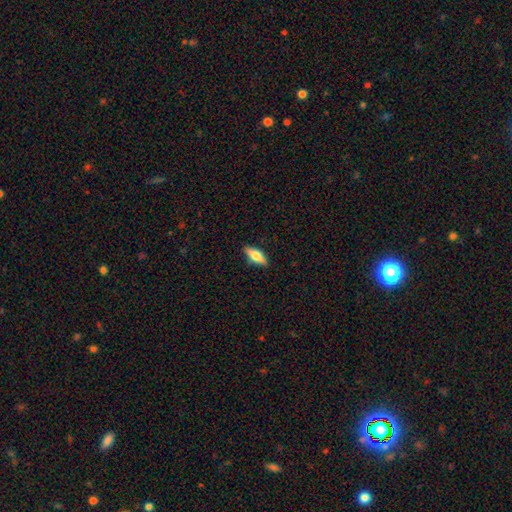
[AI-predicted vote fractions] Smooth or featured?
  - smooth: 69% *
  - featured or disk: 24%
  - star or artifact: 6%
How rounded?
  - in between: 71% *
  - cigar-shaped: 27%
  - round: 3%
Merging?
  - none: 87% *
  - minor disturbance: 10%
  - major disturbance: 2%
  - merger: 1%